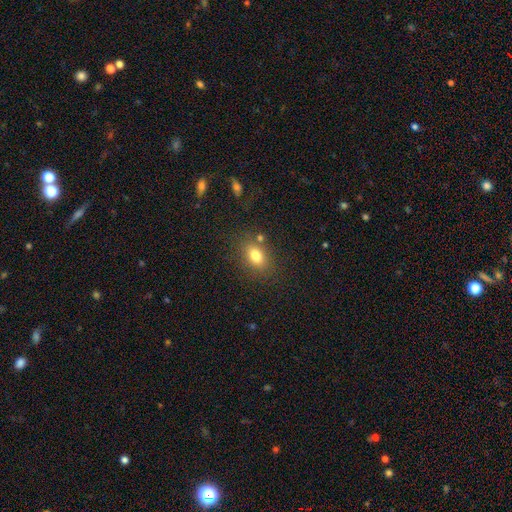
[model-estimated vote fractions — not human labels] Smooth or featured? Predicted: smooth (p=0.79). How rounded? Predicted: in between (p=0.76). Merging? Predicted: none (p=0.77).